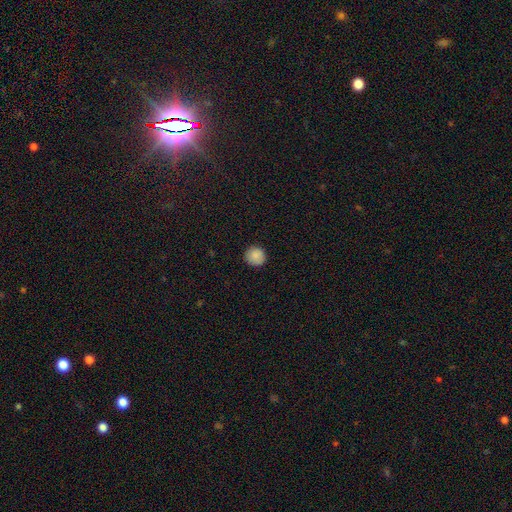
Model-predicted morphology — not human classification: smooth-or-featured: smooth: 88% | star or artifact: 9% | featured or disk: 3%
  how-rounded: round: 93% | in between: 6% | cigar-shaped: 1%
  merging: none: 90% | minor disturbance: 7% | major disturbance: 2% | merger: 1%